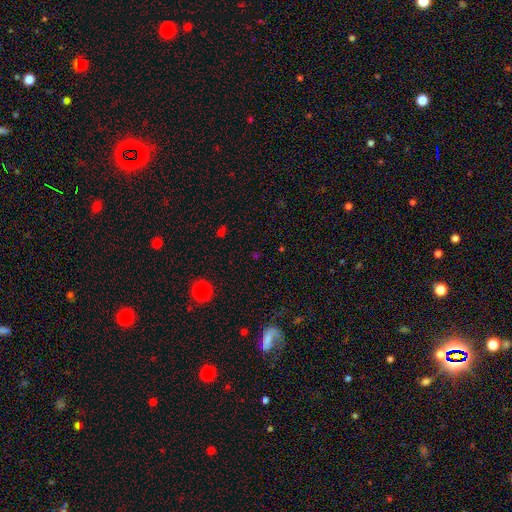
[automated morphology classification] The model was most divided on "smooth or featured": star or artifact: 52%, smooth: 41%, featured or disk: 6%.